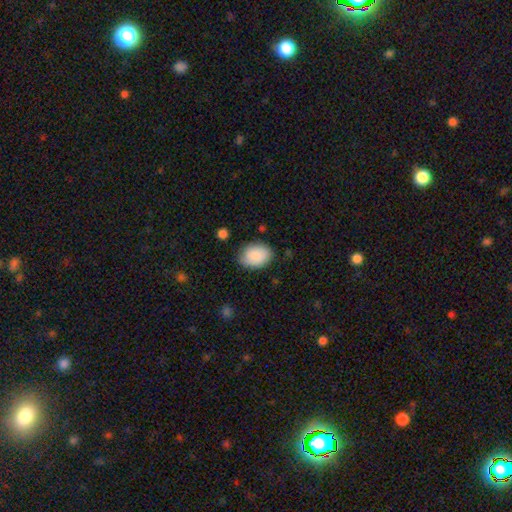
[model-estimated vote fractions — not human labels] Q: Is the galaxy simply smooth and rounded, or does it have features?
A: smooth — 88%.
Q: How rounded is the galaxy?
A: in between — 77%.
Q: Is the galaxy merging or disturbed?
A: none — 78%.